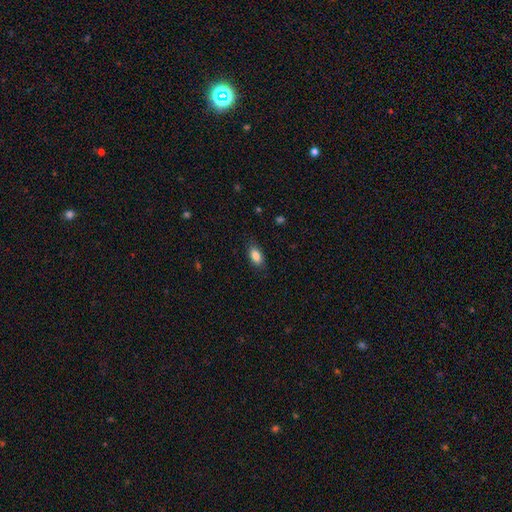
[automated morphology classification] Overall: smooth (86%). How rounded: in between (88%). Merging: none (82%).